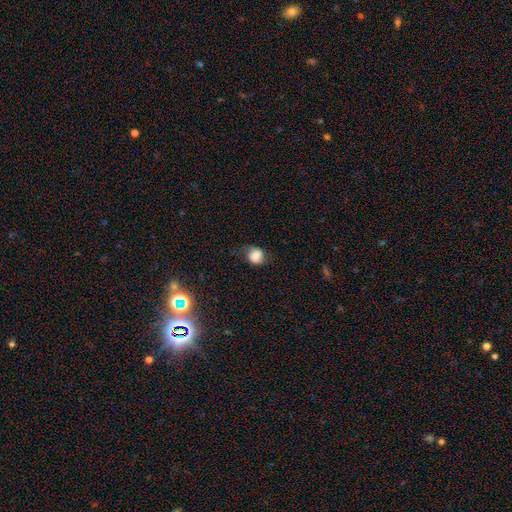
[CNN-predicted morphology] Smooth or featured: smooth — 72% (featured or disk — 18%)
How rounded: round — 56% (in between — 43%)
Merging: none — 52% (minor disturbance — 30%)